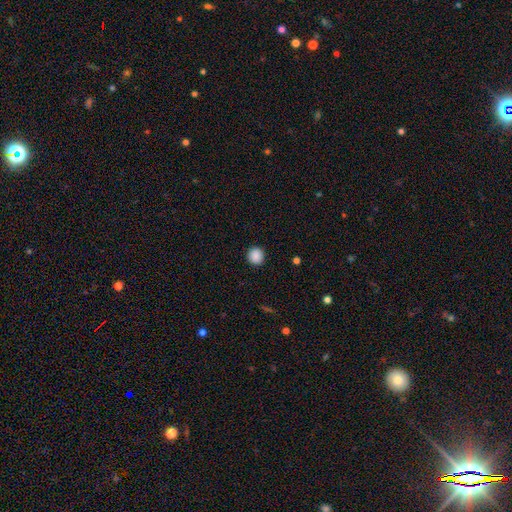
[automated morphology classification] This is clearly a smooth galaxy (89%). How rounded: clearly round (93%). Merging: clearly none (92%).